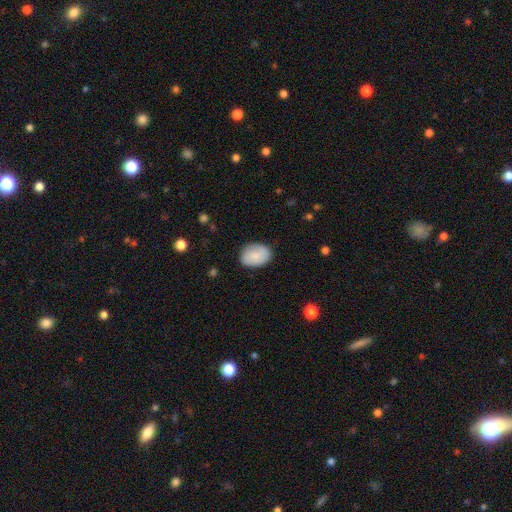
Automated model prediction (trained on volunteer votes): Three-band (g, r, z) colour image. It shows a smooth galaxy with no disk features (81%) that is in between round and cigar-shaped (77%). Merging: none (81%).